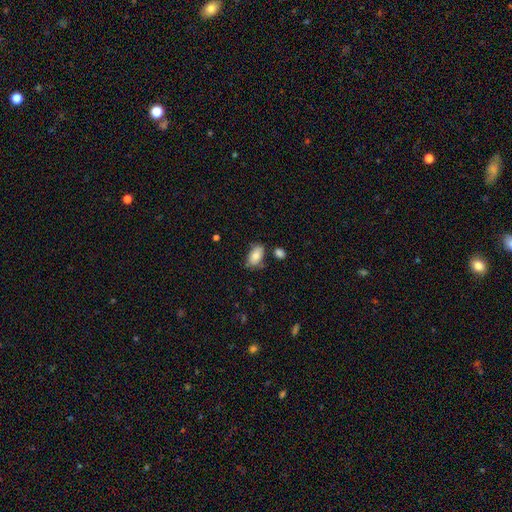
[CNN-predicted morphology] smooth_or_featured: smooth (p=0.80) [alt: featured or disk p=0.13]
how_rounded: in between (p=0.93) [alt: round p=0.04]
merging: none (p=0.67) [alt: minor disturbance p=0.21]